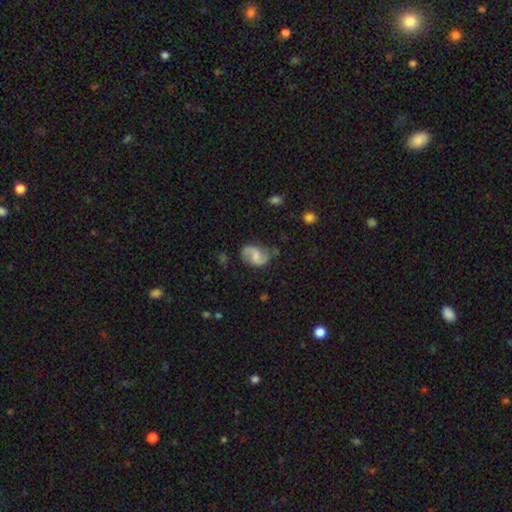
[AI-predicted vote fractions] Smooth or featured: featured or disk — 75% (smooth — 18%)
Edge-on disk: no — 98% (yes — 2%)
Bar: weak — 49% (no — 35%)
Spiral arms: yes — 95% (no — 5%)
Spiral winding: loose — 54% (medium — 36%)
Spiral arm count: 2 — 91% (can't tell — 3%)
Bulge size: none — 37% (small — 30%)
Merging: none — 73% (minor disturbance — 18%)